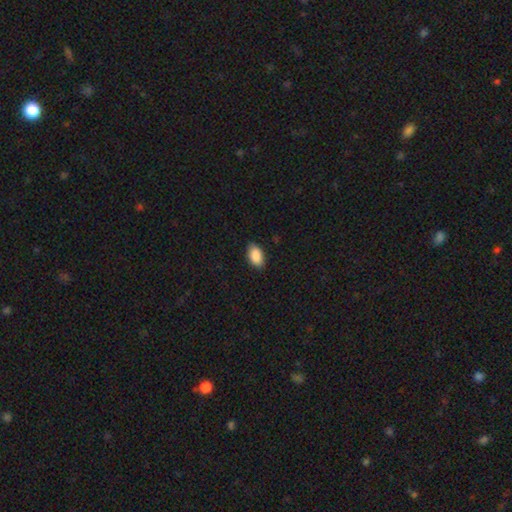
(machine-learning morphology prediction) A smooth galaxy with no disk features (90%) that is in between round and cigar-shaped (94%). Merging: none (86%).